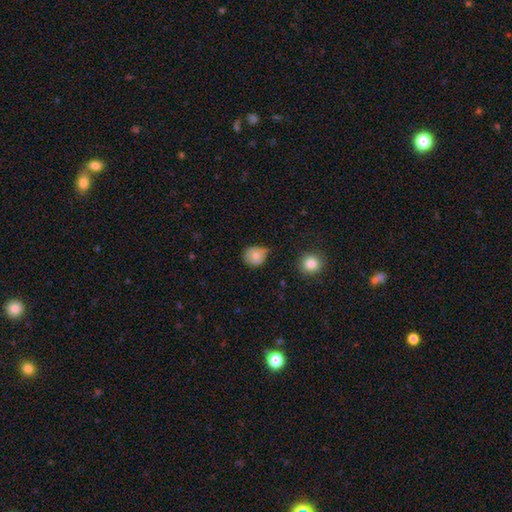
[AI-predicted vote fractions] Smooth or featured: smooth — 76% (featured or disk — 15%)
How rounded: round — 74% (in between — 26%)
Merging: none — 50% (minor disturbance — 39%)